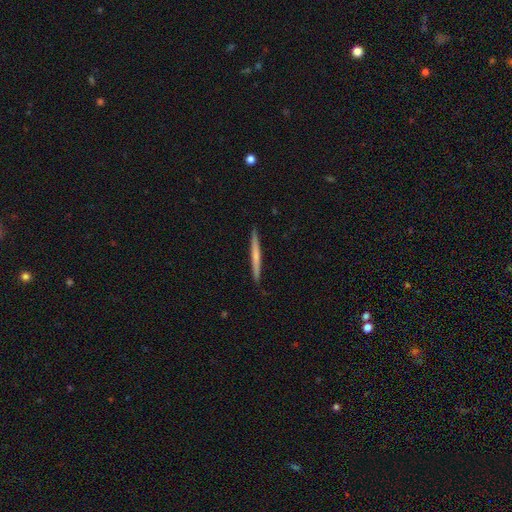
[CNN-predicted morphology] Overall: smooth (52%; featured or disk 43%). How rounded: cigar-shaped (97%). Merging: none (91%).